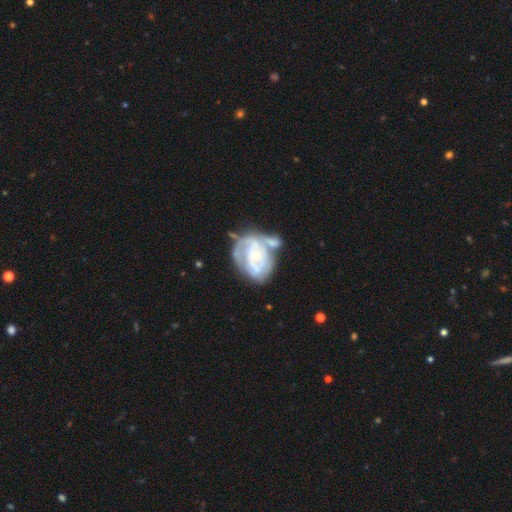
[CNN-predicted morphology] Q: Smooth or featured?
A: featured or disk (82%); runner-up: smooth (13%)
Q: Edge-on disk?
A: no (97%); runner-up: yes (3%)
Q: Bar?
A: no (67%); runner-up: weak (25%)
Q: Spiral arms?
A: yes (80%); runner-up: no (20%)
Q: Spiral winding?
A: tight (61%); runner-up: medium (29%)
Q: Spiral arm count?
A: 2 (36%); runner-up: can't tell (35%)
Q: Bulge size?
A: small (50%); runner-up: moderate (46%)
Q: Merging?
A: merger (34%); runner-up: none (29%)